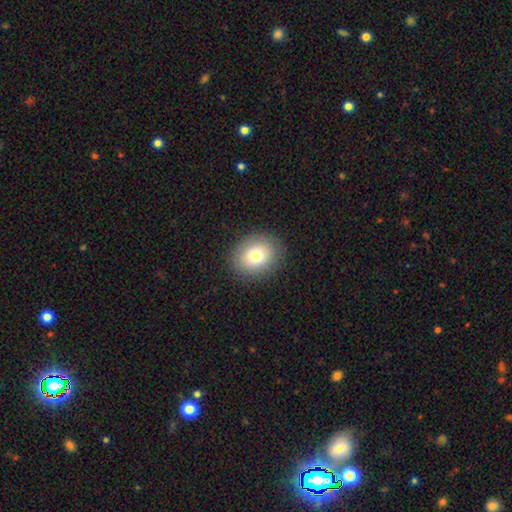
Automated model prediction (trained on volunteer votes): smooth 77%, featured or disk 13%, star or artifact 11%. Down the decision tree: how rounded — round (55%); merging — none (88%).